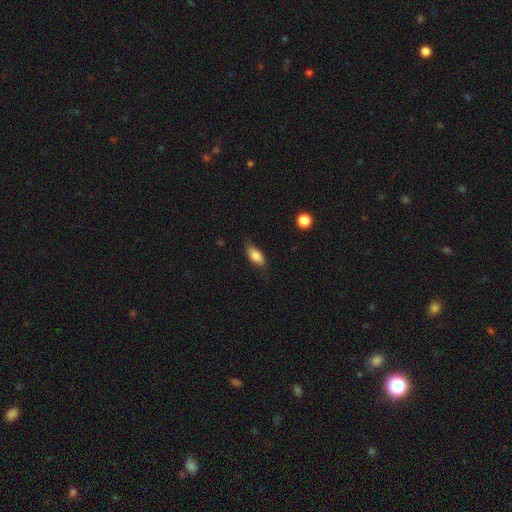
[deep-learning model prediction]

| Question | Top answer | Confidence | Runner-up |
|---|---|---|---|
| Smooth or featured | smooth | 83% | featured or disk (10%) |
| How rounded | in between | 85% | cigar-shaped (11%) |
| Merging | none | 79% | minor disturbance (16%) |